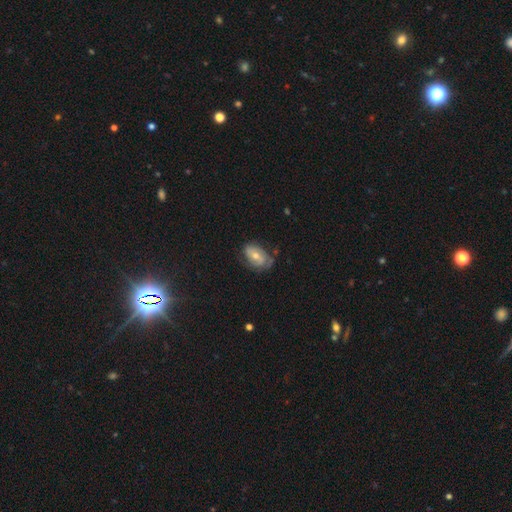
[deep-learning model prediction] Smooth or featured?
  - featured or disk: 52% *
  - smooth: 41%
  - star or artifact: 8%
Edge-on disk?
  - no: 94% *
  - yes: 6%
Merging?
  - none: 53% *
  - minor disturbance: 30%
  - major disturbance: 14%
  - merger: 3%